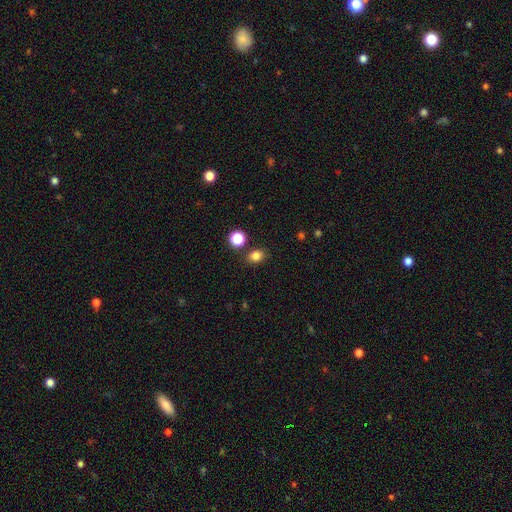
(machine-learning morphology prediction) smooth_or_featured: smooth (p=0.82) [alt: star or artifact p=0.14]
how_rounded: round (p=0.54) [alt: in between p=0.45]
merging: none (p=0.82) [alt: minor disturbance p=0.09]